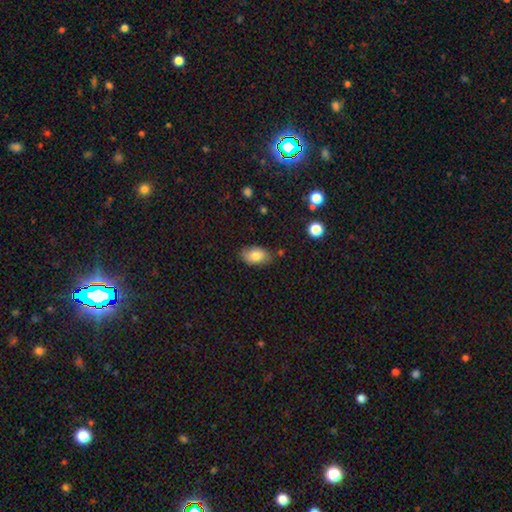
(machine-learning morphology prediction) The model was most divided on "merging": none: 77%, minor disturbance: 17%, major disturbance: 3%, merger: 3%. More confident: how rounded — in between (90%); smooth or featured — smooth (82%).